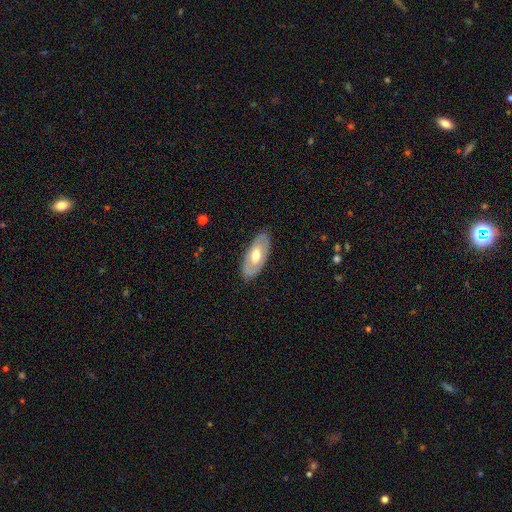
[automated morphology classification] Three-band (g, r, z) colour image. It shows a featured or disk galaxy (48%). Merging: none (84%).